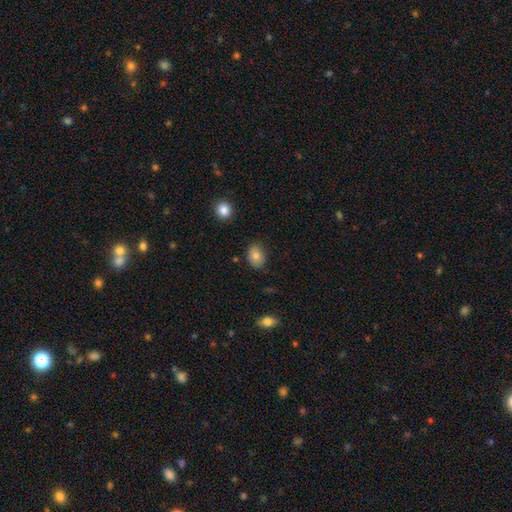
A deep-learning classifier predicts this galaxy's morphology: Smooth or featured? Predicted: smooth (p=0.80). How rounded? Predicted: in between (p=0.69). Merging? Predicted: none (p=0.81).